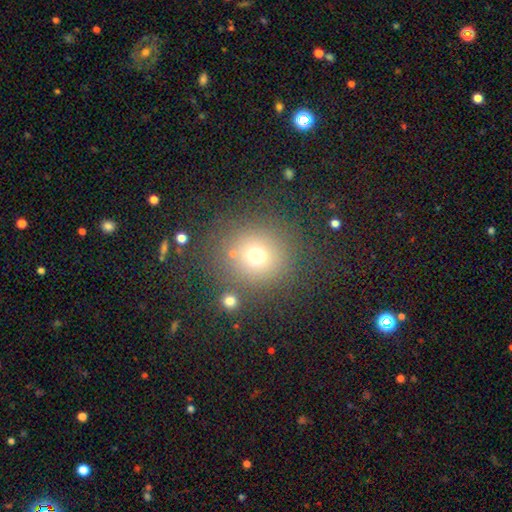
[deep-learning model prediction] A smooth galaxy with no disk features (69%) that is round (88%). Merging: none (76%).